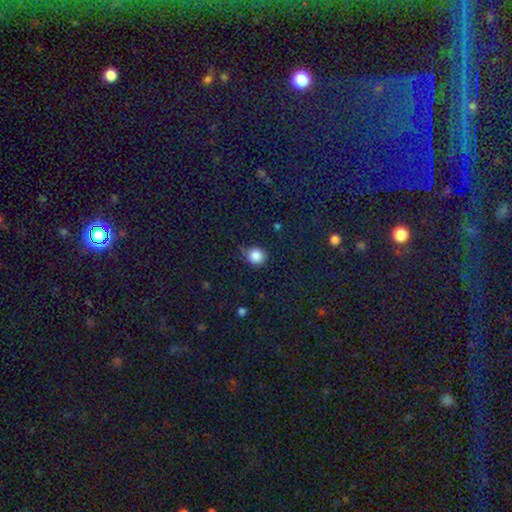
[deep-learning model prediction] This is clearly a smooth galaxy (84%). How rounded: clearly round (85%). Merging: likely none (68%).